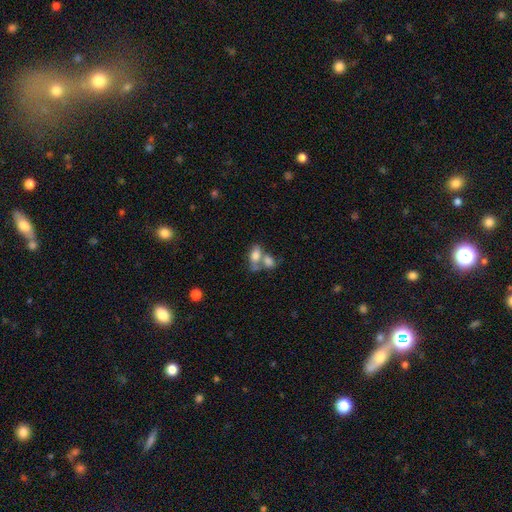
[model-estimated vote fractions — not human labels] A smooth galaxy with no disk features (73%) that is in between round and cigar-shaped (85%).

Vote fractions:
- Smooth or featured? smooth: 73% / featured or disk: 17% / star or artifact: 9%
- How rounded? in between: 85% / round: 10% / cigar-shaped: 5%
- Merging? merger: 56% / none: 26% / minor disturbance: 10% / major disturbance: 7%